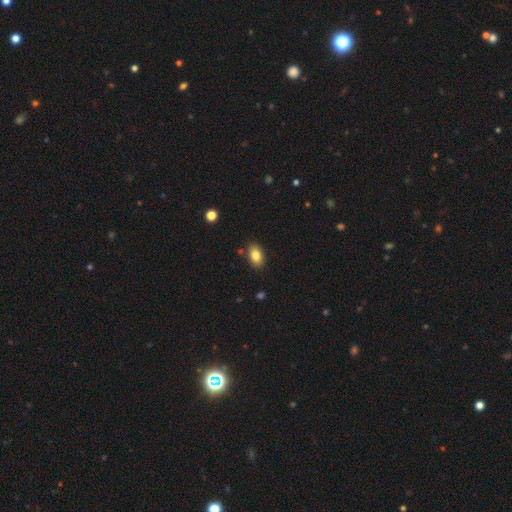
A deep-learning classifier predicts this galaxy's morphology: A smooth galaxy with no disk features (84%) that is in between round and cigar-shaped (89%).

Vote fractions:
- Smooth or featured? smooth: 84% / star or artifact: 8% / featured or disk: 8%
- How rounded? in between: 89% / round: 10% / cigar-shaped: 2%
- Merging? none: 85% / minor disturbance: 11% / merger: 2% / major disturbance: 2%